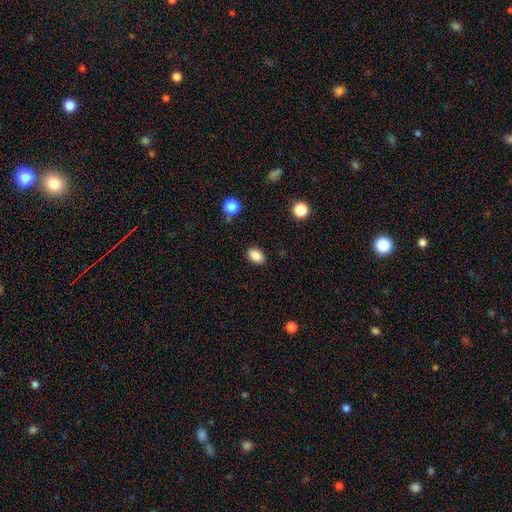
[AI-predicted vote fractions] Smooth or featured: smooth — 86% (star or artifact — 9%)
How rounded: in between — 81% (round — 18%)
Merging: none — 88% (minor disturbance — 9%)